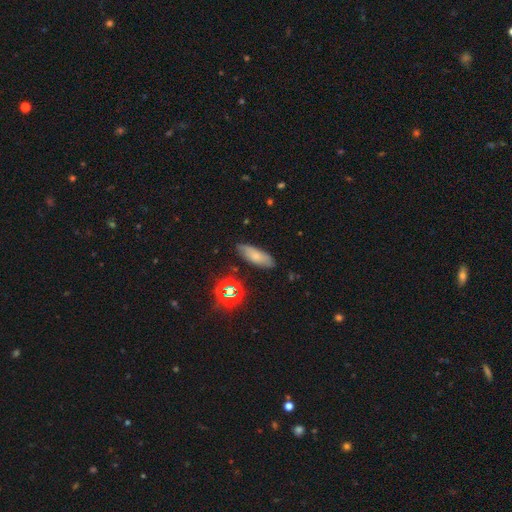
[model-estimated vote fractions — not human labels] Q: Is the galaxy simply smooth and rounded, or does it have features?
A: smooth — 68%.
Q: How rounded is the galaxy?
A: in between — 70%.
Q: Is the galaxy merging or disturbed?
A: none — 77%.